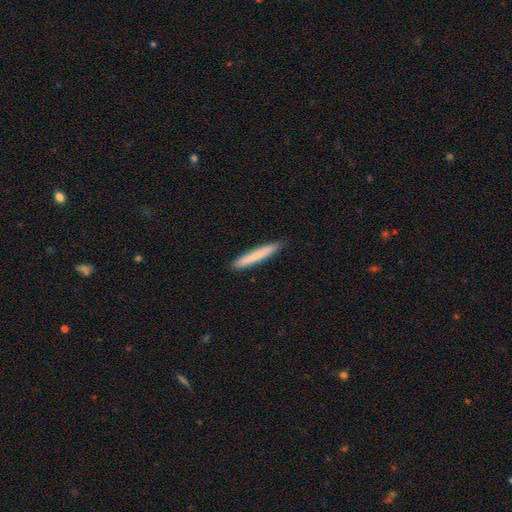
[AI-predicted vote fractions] Morphology: type=smooth (79%); roundness=cigar-shaped (96%); merging=none (91%).